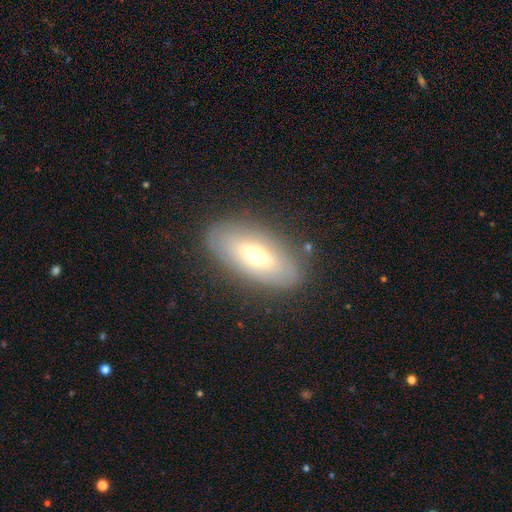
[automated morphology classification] smooth_or_featured: smooth (p=0.50) [alt: featured or disk p=0.41]
how_rounded: in between (p=0.84) [alt: cigar-shaped p=0.12]
merging: none (p=0.83) [alt: minor disturbance p=0.12]